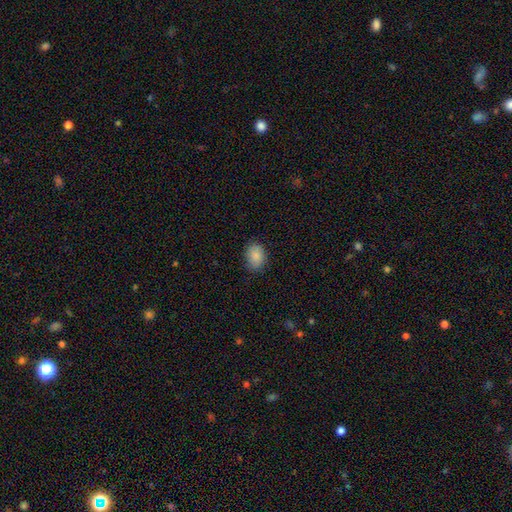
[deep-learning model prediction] Overall: smooth (87%). How rounded: in between (68%; round 31%). Merging: none (83%).